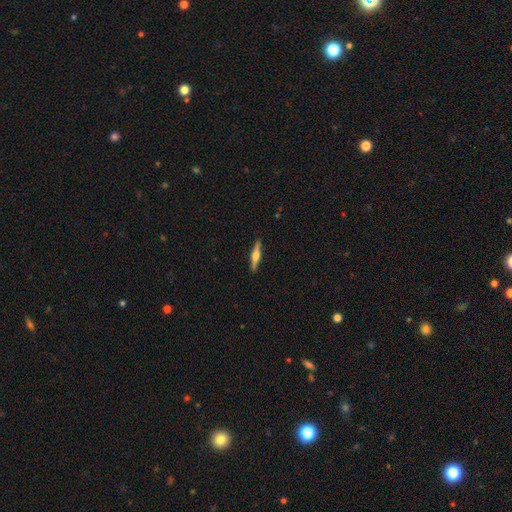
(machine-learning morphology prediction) The model was most divided on "smooth or featured": featured or disk: 68%, smooth: 27%, star or artifact: 5%. More confident: edge-on disk — yes (98%); edge-on bulge — rounded (92%); merging — none (91%).